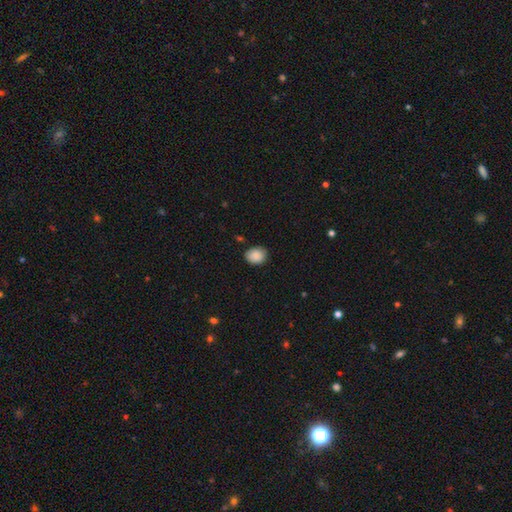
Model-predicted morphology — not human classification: Overall: smooth (89%). How rounded: round (54%; in between 45%). Merging: none (84%).